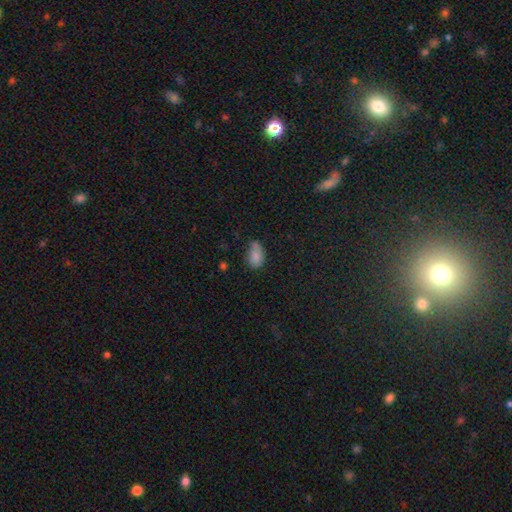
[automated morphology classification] This appears to be a smooth galaxy with no disk features (82%) that is in between round and cigar-shaped (84%). Merging: none (49%).